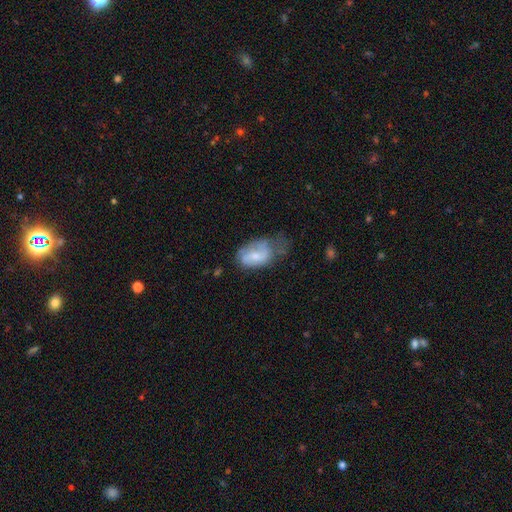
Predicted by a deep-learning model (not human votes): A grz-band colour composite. It shows a smooth galaxy with no disk features (49%). Merging: minor disturbance (35%).